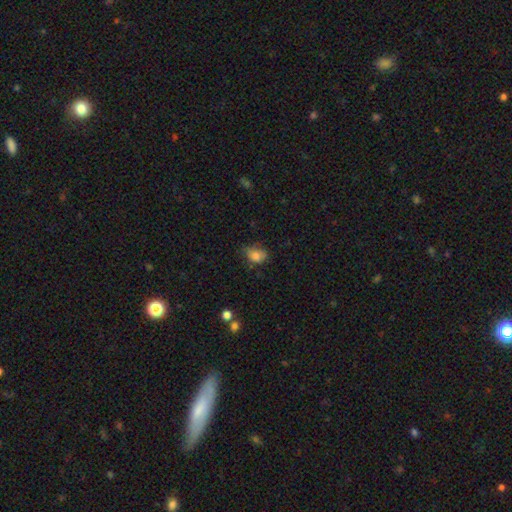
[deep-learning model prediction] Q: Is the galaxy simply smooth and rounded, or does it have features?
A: smooth — 80%.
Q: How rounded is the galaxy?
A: in between — 68%.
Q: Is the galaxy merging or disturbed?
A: none — 48%.